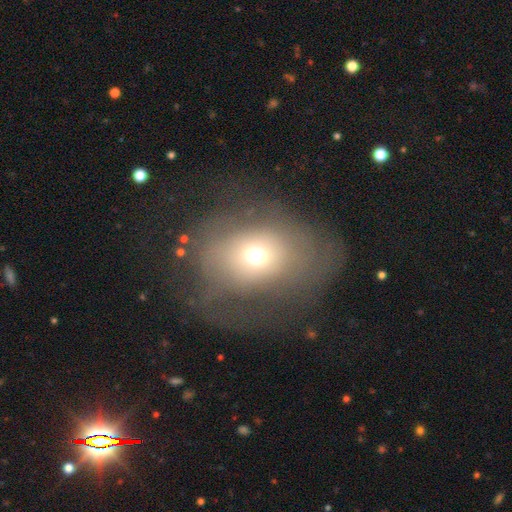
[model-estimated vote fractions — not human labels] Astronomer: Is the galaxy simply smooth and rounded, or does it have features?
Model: smooth — 57%.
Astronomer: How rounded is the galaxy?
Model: round — 53% (runner-up: in between, 46%).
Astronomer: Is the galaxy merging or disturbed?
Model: none — 39% (runner-up: major disturbance, 38%).